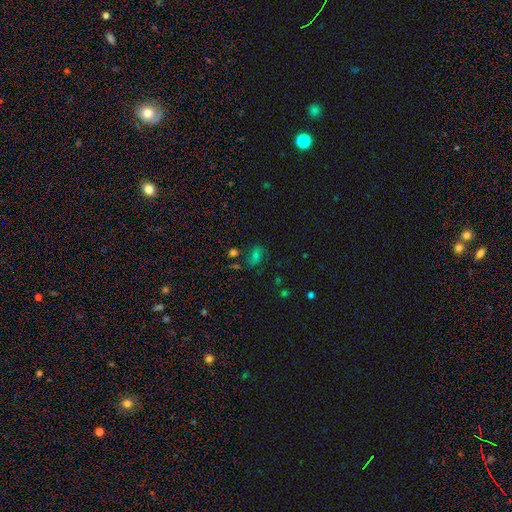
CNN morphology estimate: Smooth or featured? smooth (35%)
Merging? none (66%)